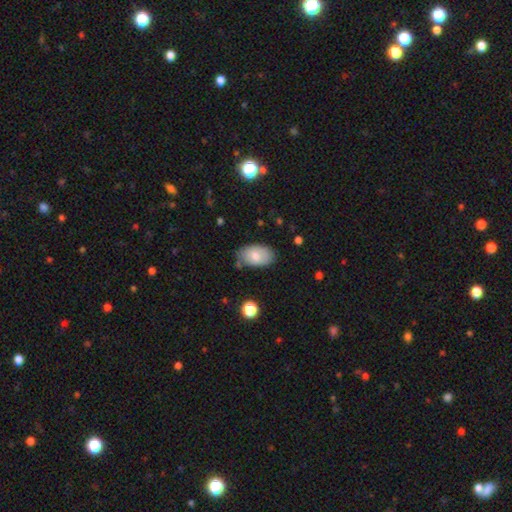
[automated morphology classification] Smooth or featured: smooth — 76% (featured or disk — 17%)
How rounded: in between — 94% (round — 5%)
Merging: none — 73% (minor disturbance — 19%)